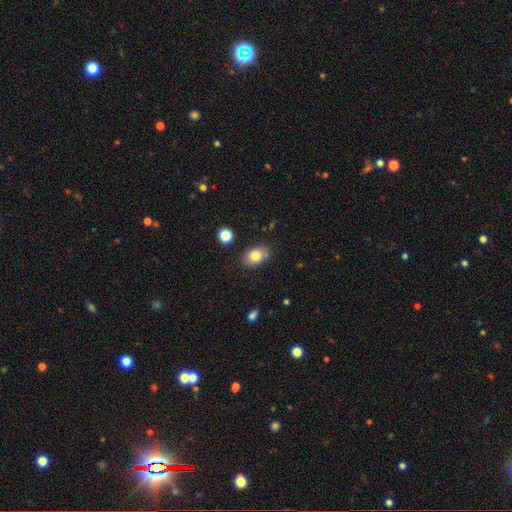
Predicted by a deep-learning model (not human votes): This appears to be a smooth galaxy with no disk features (82%) that is in between round and cigar-shaped (83%). Merging: none (81%).